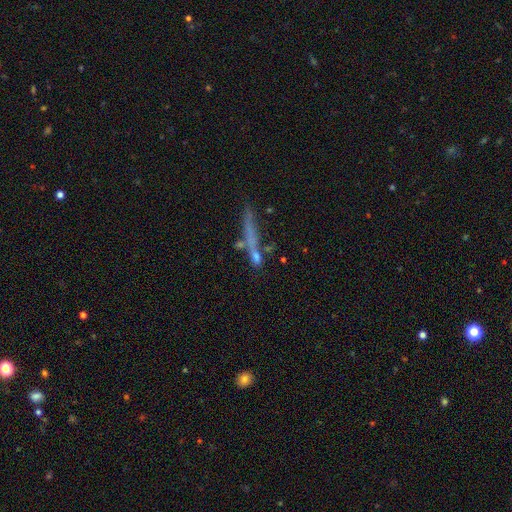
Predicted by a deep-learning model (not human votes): Smooth or featured: smooth — 50% (featured or disk — 37%)
Merging: none — 55% (merger — 20%)